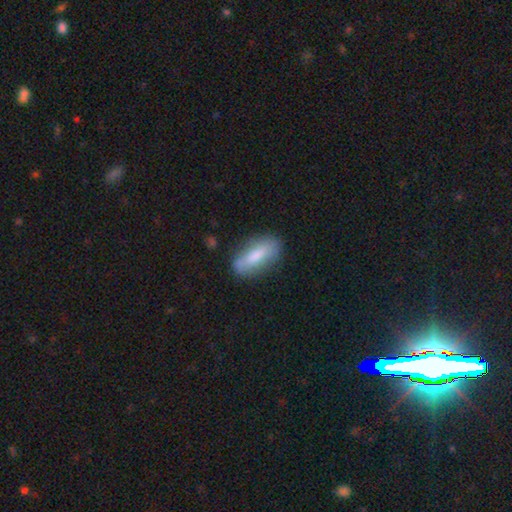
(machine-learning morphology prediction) A smooth galaxy with no disk features (73%) that is in between round and cigar-shaped (74%).

Vote fractions:
- Smooth or featured? smooth: 73% / featured or disk: 21% / star or artifact: 7%
- How rounded? in between: 74% / cigar-shaped: 23% / round: 3%
- Merging? none: 73% / minor disturbance: 19% / major disturbance: 5% / merger: 3%